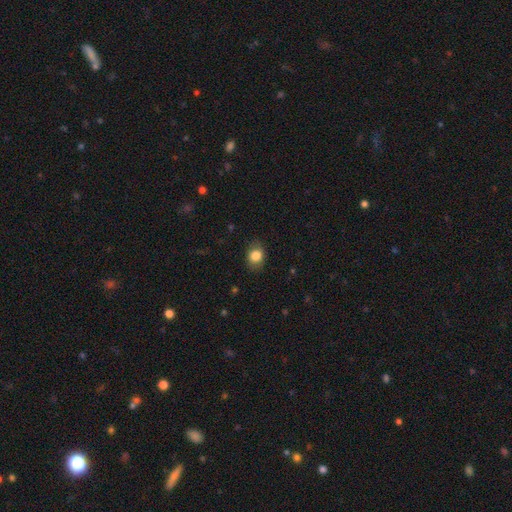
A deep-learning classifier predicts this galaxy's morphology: smooth 83%, star or artifact 9%, featured or disk 8%. Down the decision tree: how rounded — round (51%); merging — none (80%).